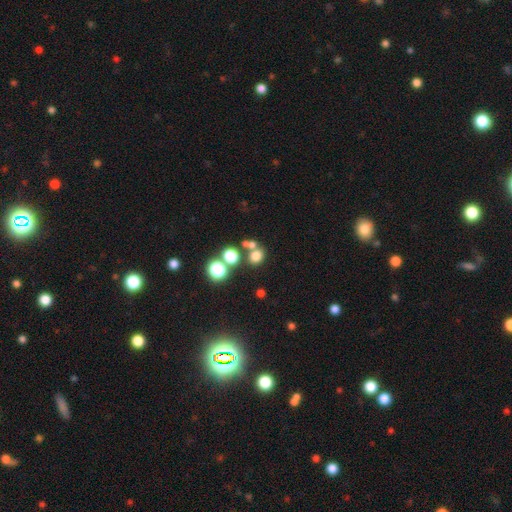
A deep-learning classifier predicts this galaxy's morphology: Smooth or featured? Predicted: smooth (p=0.71). How rounded? Predicted: round (p=0.67). Merging? Predicted: none (p=0.54).